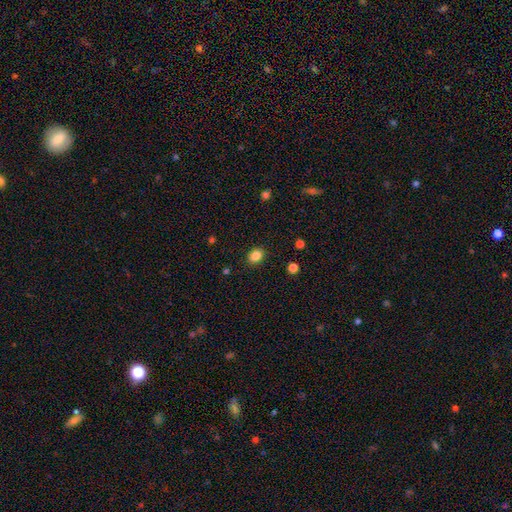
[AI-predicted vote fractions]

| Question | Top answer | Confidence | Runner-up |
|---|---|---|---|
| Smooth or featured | smooth | 86% | star or artifact (10%) |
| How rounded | in between | 58% | round (41%) |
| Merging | none | 88% | minor disturbance (8%) |